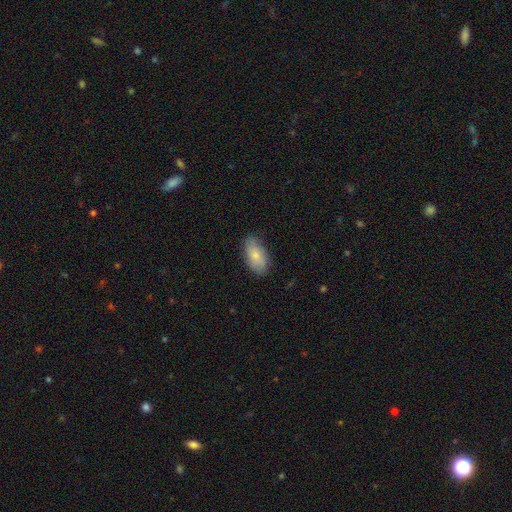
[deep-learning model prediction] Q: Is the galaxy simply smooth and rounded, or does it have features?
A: smooth — 75%.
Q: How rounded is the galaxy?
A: in between — 93%.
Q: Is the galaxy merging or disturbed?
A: none — 79%.